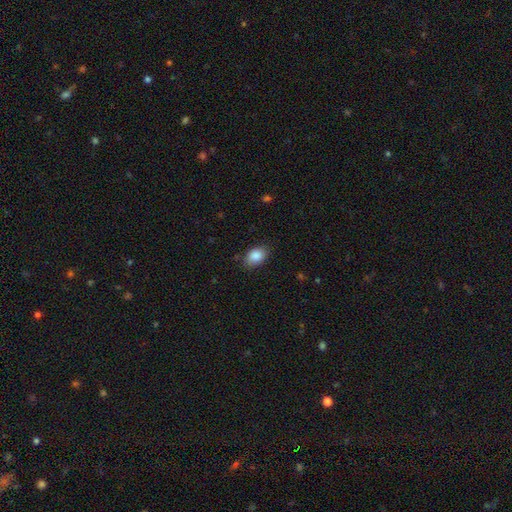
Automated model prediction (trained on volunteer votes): Smooth or featured? smooth (88%)
How rounded? in between (83%)
Merging? none (81%)